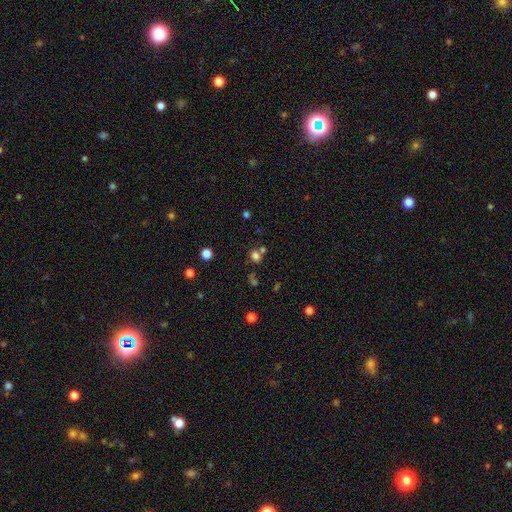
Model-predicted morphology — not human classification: Smooth or featured? Predicted: smooth (p=0.71). How rounded? Predicted: round (p=0.70). Merging? Predicted: none (p=0.58).